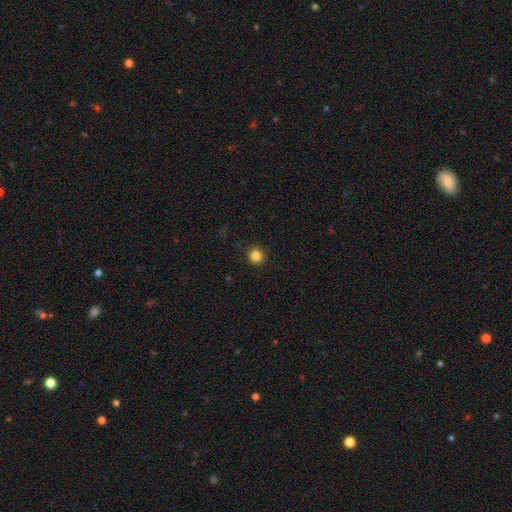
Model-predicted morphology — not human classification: This appears to be a smooth galaxy with no disk features (84%) that is round (93%). Merging: none (92%).